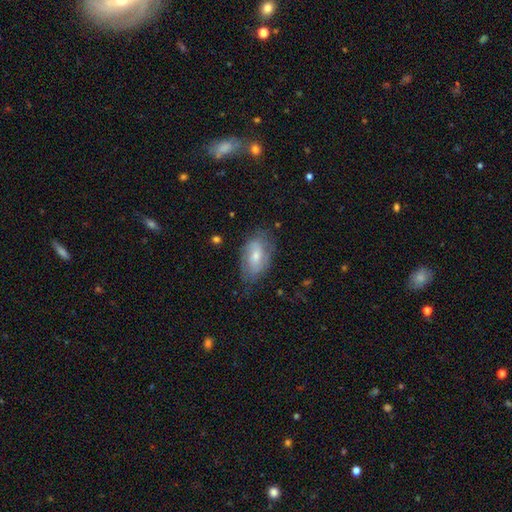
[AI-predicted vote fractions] Morphology: type=featured or disk (54%); edge-on=no (94%); bar=no (49%); spiral arms=yes (77%); bulge=moderate (48%); merging=none (64%).